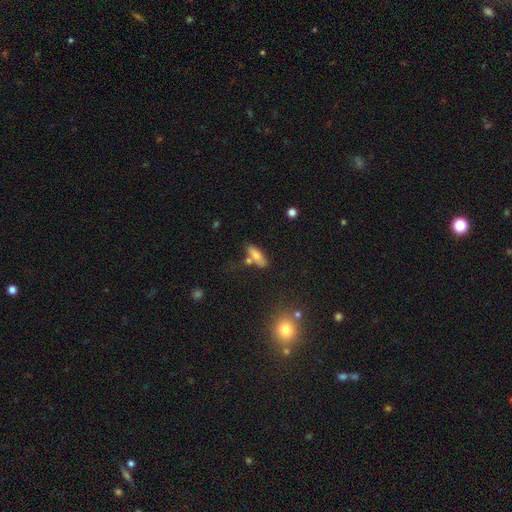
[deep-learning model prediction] Overall: smooth (76%). How rounded: in between (63%; cigar-shaped 33%). Merging: none (62%).